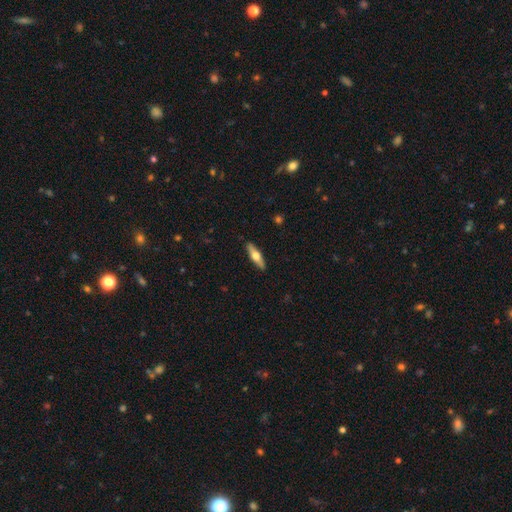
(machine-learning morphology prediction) The model was most divided on "smooth or featured": featured or disk: 56%, smooth: 39%, star or artifact: 5%. More confident: edge-on bulge — rounded (95%); edge-on disk — yes (94%); merging — none (91%).